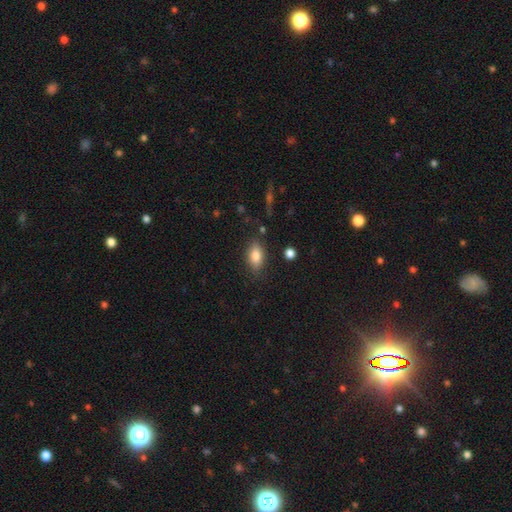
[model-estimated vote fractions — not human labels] Q: Smooth or featured?
A: smooth (81%); runner-up: featured or disk (10%)
Q: How rounded?
A: in between (86%); runner-up: round (8%)
Q: Merging?
A: none (82%); runner-up: minor disturbance (13%)